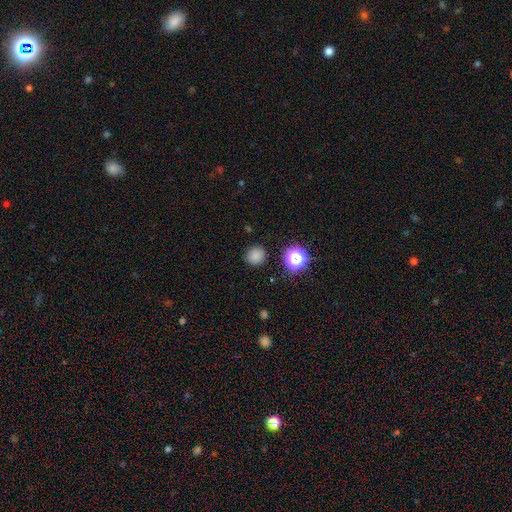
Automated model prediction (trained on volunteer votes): smooth_or_featured: smooth (p=0.80) [alt: star or artifact p=0.16]
how_rounded: round (p=0.88) [alt: in between p=0.11]
merging: none (p=0.87) [alt: minor disturbance p=0.08]